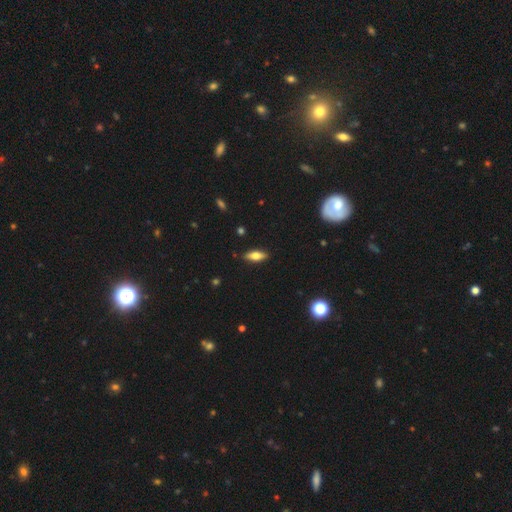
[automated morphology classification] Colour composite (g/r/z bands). It shows a smooth galaxy with no disk features (65%) that is in between round and cigar-shaped (68%). Merging: none (88%).